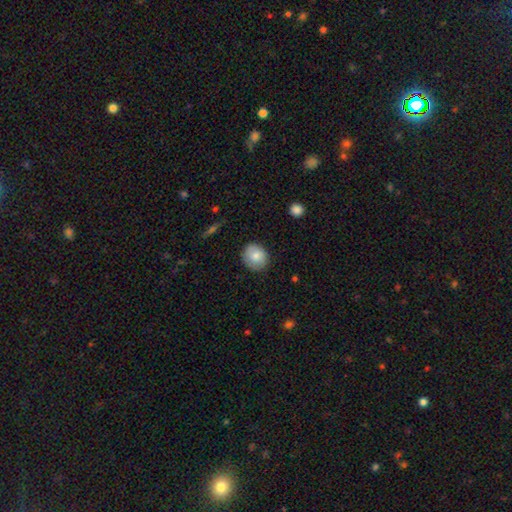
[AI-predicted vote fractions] This appears to be a smooth galaxy with no disk features (81%) that is round (75%). Merging: none (83%).